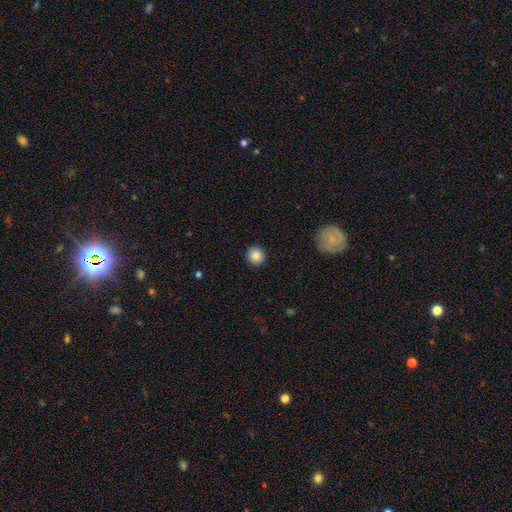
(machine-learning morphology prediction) Smooth or featured: smooth — 86% (star or artifact — 9%)
How rounded: round — 91% (in between — 8%)
Merging: none — 92% (minor disturbance — 5%)